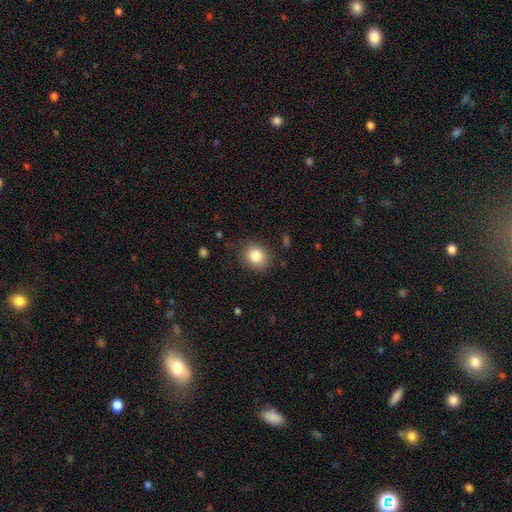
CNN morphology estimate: type=smooth (84%); roundness=round (73%); merging=none (87%).